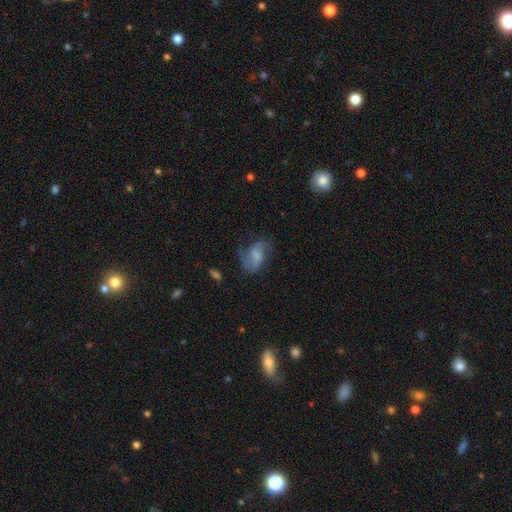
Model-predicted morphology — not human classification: Q: Smooth or featured?
A: featured or disk (66%); runner-up: smooth (26%)
Q: Edge-on disk?
A: no (97%); runner-up: yes (3%)
Q: Bar?
A: weak (49%); runner-up: no (36%)
Q: Spiral arms?
A: yes (88%); runner-up: no (12%)
Q: Spiral winding?
A: loose (49%); runner-up: medium (40%)
Q: Spiral arm count?
A: 2 (82%); runner-up: can't tell (8%)
Q: Bulge size?
A: none (36%); runner-up: small (27%)
Q: Merging?
A: none (56%); runner-up: minor disturbance (22%)